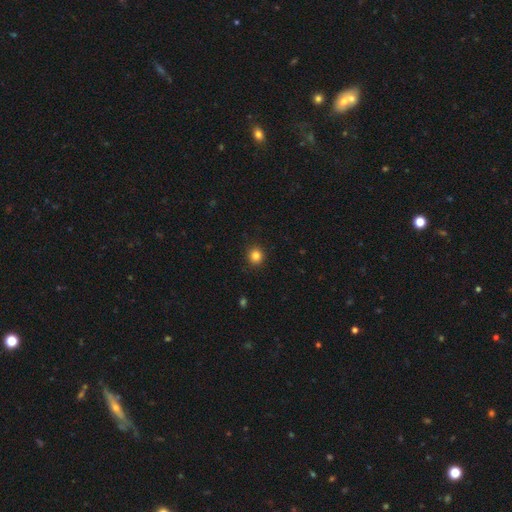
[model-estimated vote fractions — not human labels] smooth-or-featured: smooth: 84% | star or artifact: 11% | featured or disk: 4%
  how-rounded: round: 89% | in between: 10% | cigar-shaped: 1%
  merging: none: 91% | minor disturbance: 6% | major disturbance: 2% | merger: 1%